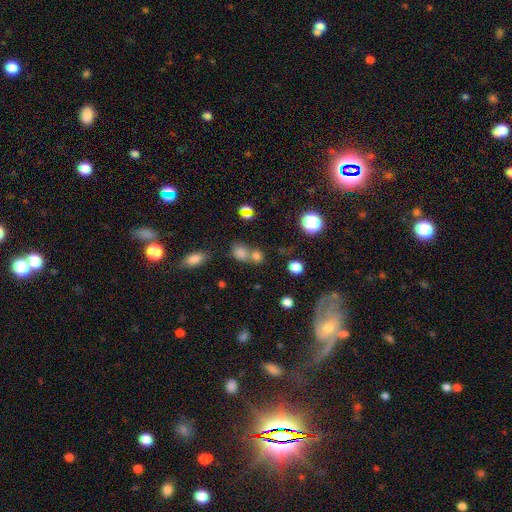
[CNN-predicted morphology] Overall: star or artifact (44%; smooth 30%).